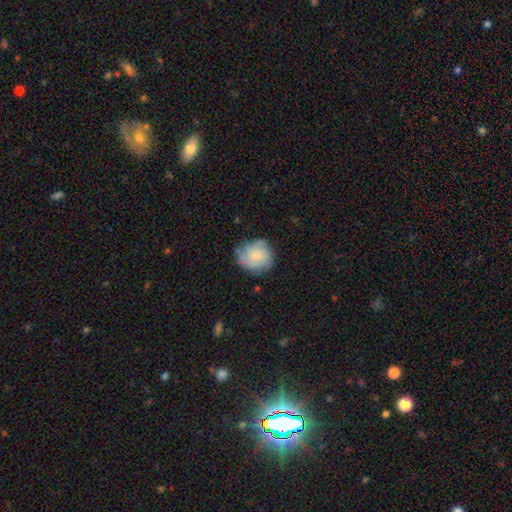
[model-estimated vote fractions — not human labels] Overall: smooth (49%; featured or disk 43%). Merging: none (66%).